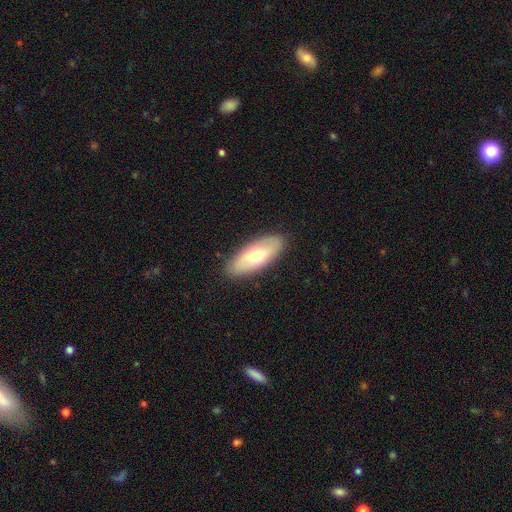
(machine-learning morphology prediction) The model was most divided on "smooth or featured": smooth: 60%, featured or disk: 35%, star or artifact: 6%. More confident: merging — none (88%); how rounded — in between (80%).